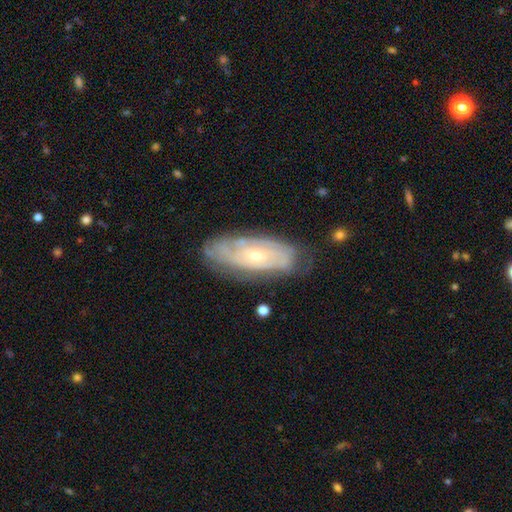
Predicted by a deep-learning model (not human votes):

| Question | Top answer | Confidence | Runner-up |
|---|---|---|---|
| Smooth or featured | featured or disk | 75% | smooth (19%) |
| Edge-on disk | no | 89% | yes (11%) |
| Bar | no | 75% | weak (20%) |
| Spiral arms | yes | 85% | no (15%) |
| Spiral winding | tight | 73% | medium (21%) |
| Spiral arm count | can't tell | 59% | 2 (17%) |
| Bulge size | small | 64% | moderate (32%) |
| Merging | none | 73% | minor disturbance (20%) |